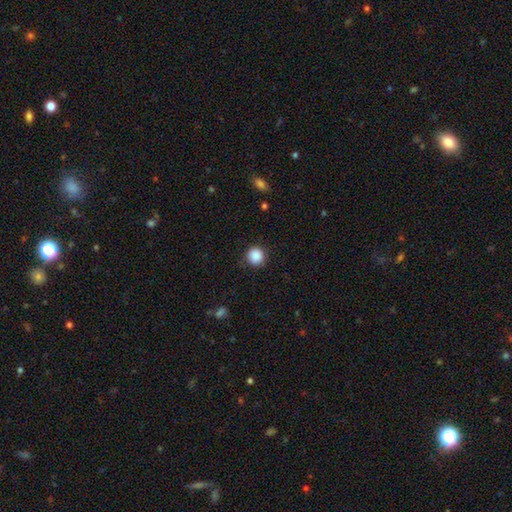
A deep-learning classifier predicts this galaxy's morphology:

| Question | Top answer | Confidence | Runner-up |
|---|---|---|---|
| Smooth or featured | smooth | 88% | star or artifact (9%) |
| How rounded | round | 94% | in between (5%) |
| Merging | none | 89% | minor disturbance (8%) |